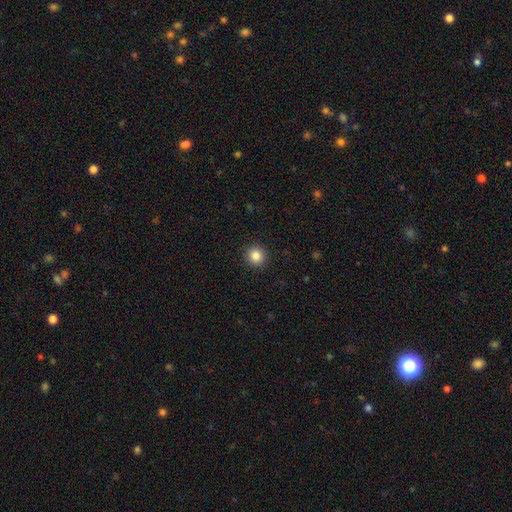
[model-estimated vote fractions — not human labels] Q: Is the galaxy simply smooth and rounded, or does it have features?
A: smooth — 85%.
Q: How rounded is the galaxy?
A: round — 94%.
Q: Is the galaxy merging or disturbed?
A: none — 93%.